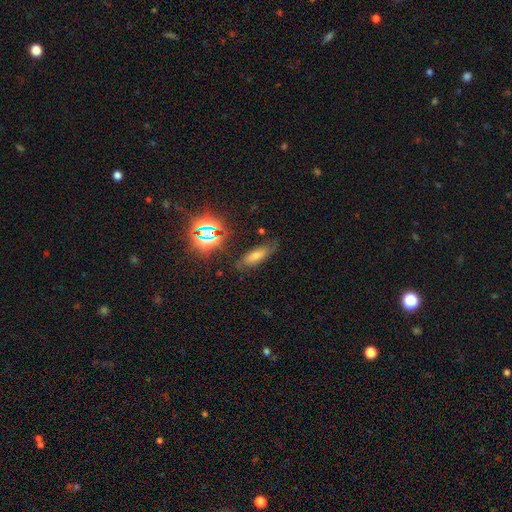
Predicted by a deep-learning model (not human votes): This is possibly a smooth galaxy (47%). Merging: likely none (75%).